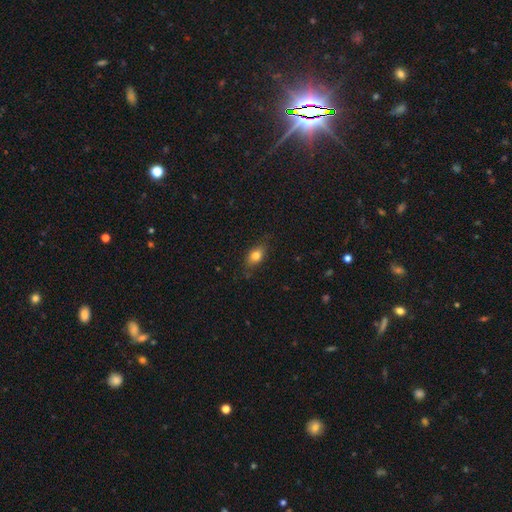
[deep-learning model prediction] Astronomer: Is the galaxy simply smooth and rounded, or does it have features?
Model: smooth — 79%.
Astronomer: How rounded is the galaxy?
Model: in between — 80%.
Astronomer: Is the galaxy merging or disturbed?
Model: none — 78%.